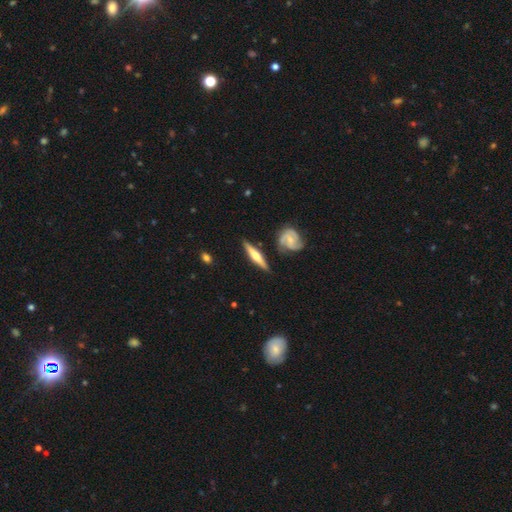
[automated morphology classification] Overall: featured or disk (69%). Edge-on disk: yes (92%). Edge-on bulge: rounded (87%). Merging: none (80%).